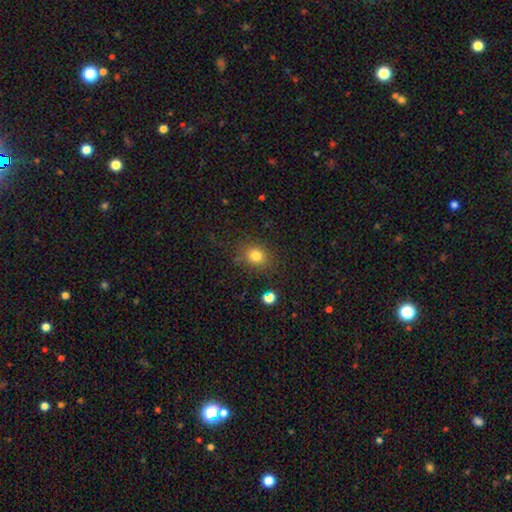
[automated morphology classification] This appears to be a smooth galaxy with no disk features (79%) that is round (65%). Merging: none (81%).